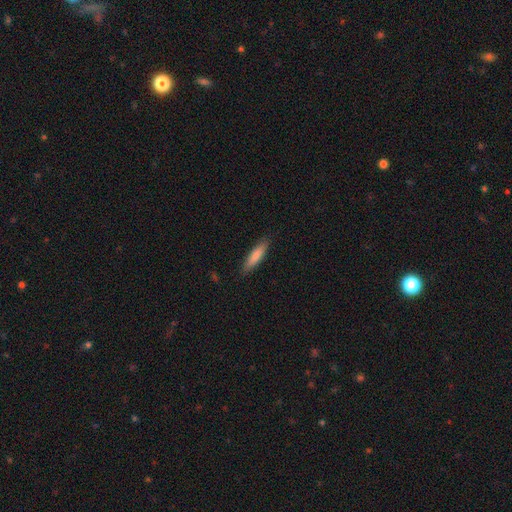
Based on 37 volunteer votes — smooth_or_featured: smooth (p=0.86) [alt: featured or disk p=0.11]
how_rounded: cigar-shaped (p=0.78) [alt: in between p=0.22]
merging: none (p=0.81) [alt: minor disturbance p=0.11]